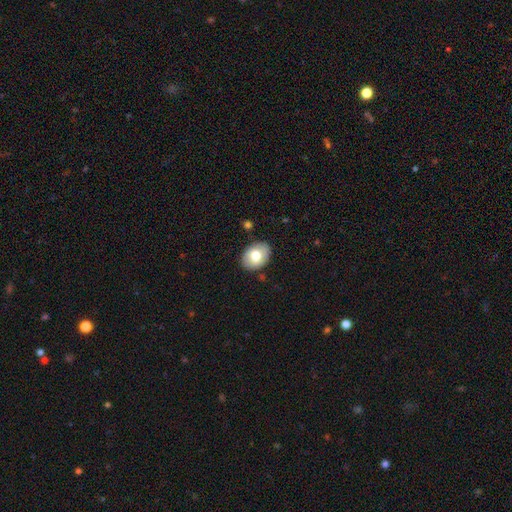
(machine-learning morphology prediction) This appears to be a smooth galaxy with no disk features (72%) that is in between round and cigar-shaped (73%). Merging: none (85%).